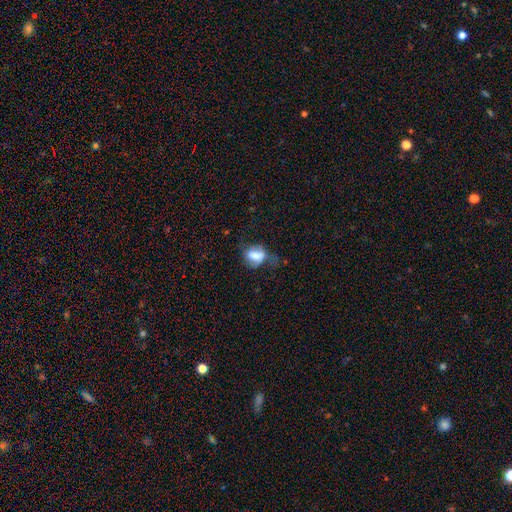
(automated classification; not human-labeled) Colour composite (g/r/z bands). It shows a smooth galaxy with no disk features (60%) that is in between round and cigar-shaped (72%). Merging: none (34%).